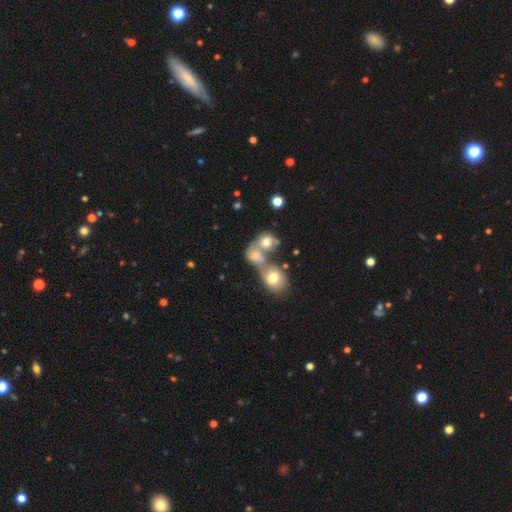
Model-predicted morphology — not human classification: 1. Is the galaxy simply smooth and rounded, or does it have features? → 67% smooth, 21% featured or disk, 12% star or artifact.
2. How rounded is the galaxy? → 58% round, 41% in between, 2% cigar-shaped.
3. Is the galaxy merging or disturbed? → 71% merger, 19% none, 6% minor disturbance, 4% major disturbance.